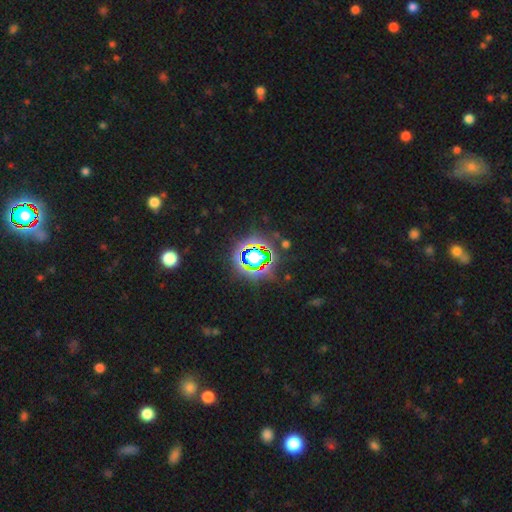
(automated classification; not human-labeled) This is likely a star or artifact rather than a galaxy (69%).